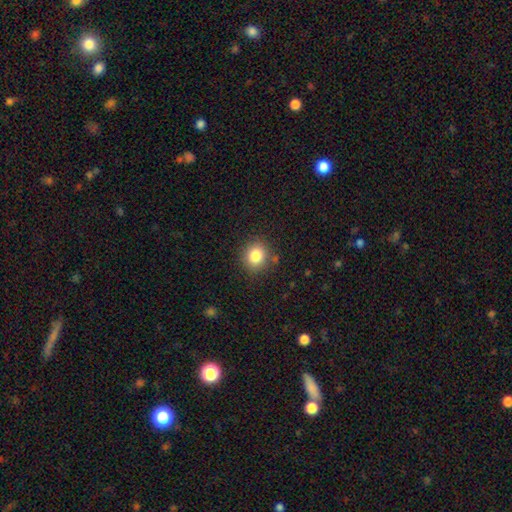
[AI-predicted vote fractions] smooth 83%, star or artifact 11%, featured or disk 7%. Down the decision tree: how rounded — round (79%); merging — none (86%).